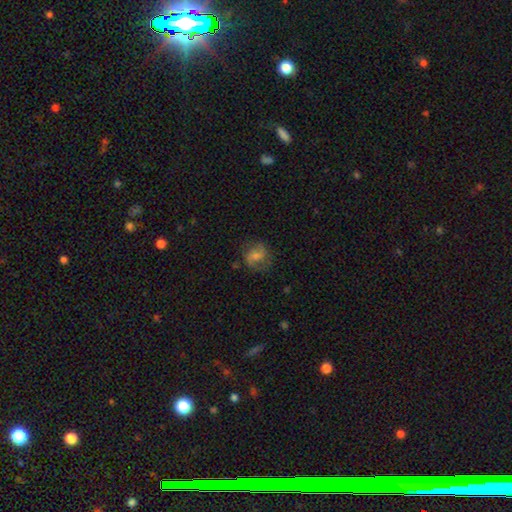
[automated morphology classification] Smooth or featured? Predicted: featured or disk (p=0.50). Edge-on disk? Predicted: no (p=0.97). Merging? Predicted: none (p=0.73).